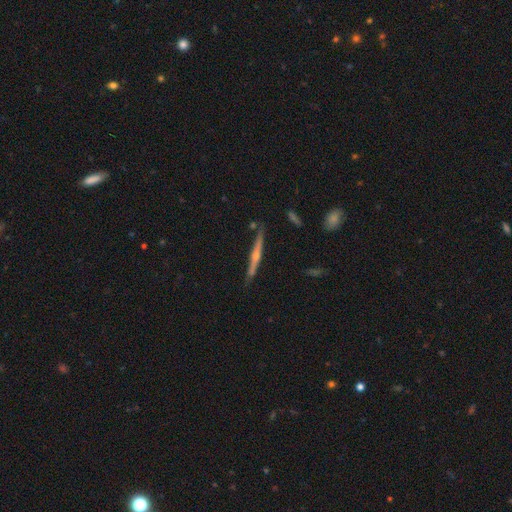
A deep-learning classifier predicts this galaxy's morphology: Smooth or featured?
  - featured or disk: 72% *
  - smooth: 21%
  - star or artifact: 6%
Edge-on disk?
  - yes: 97% *
  - no: 3%
Edge-on bulge?
  - rounded: 78% *
  - none: 16%
  - boxy: 5%
Merging?
  - none: 84% *
  - minor disturbance: 11%
  - merger: 3%
  - major disturbance: 2%